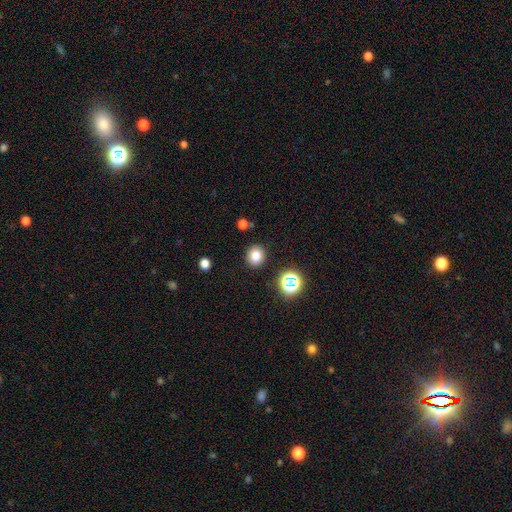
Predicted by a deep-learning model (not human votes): smooth-or-featured: smooth: 79% | star or artifact: 15% | featured or disk: 6%
  how-rounded: round: 79% | in between: 20% | cigar-shaped: 1%
  merging: none: 88% | minor disturbance: 7% | major disturbance: 3% | merger: 2%